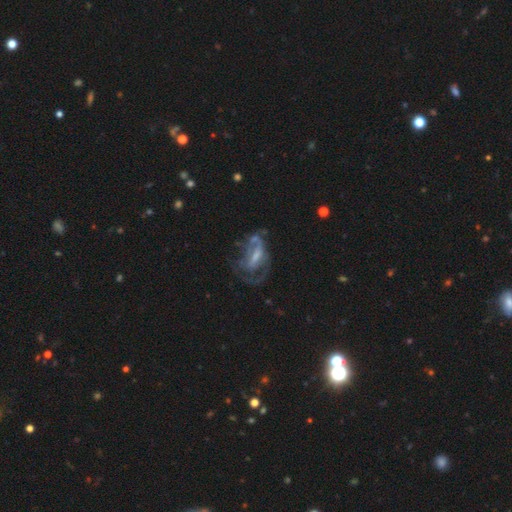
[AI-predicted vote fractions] Smooth or featured? Predicted: featured or disk (p=0.71). Edge-on disk? Predicted: no (p=0.94). Bar? Predicted: weak (p=0.40). Spiral arms? Predicted: yes (p=0.62). Bulge size? Predicted: moderate (p=0.35). Merging? Predicted: major disturbance (p=0.45).